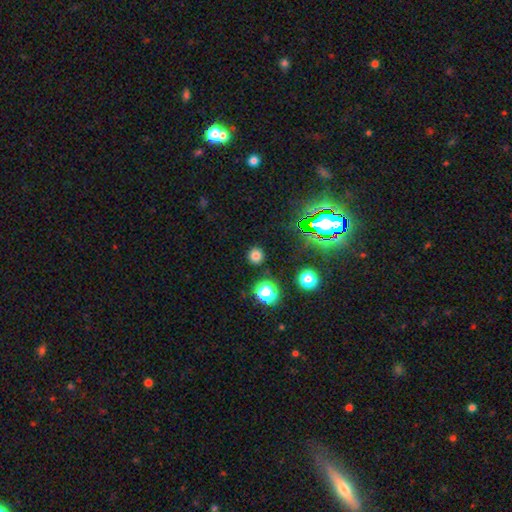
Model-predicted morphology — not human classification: Overall: smooth (74%). How rounded: round (93%). Merging: none (89%).